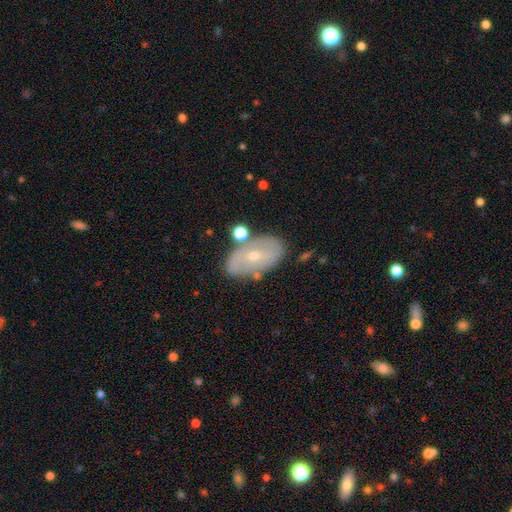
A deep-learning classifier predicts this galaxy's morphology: Smooth or featured? featured or disk (57%)
Edge-on disk? no (91%)
Bar? no (59%)
Spiral arms? no (55%)
Bulge size? small (55%)
Merging? none (72%)